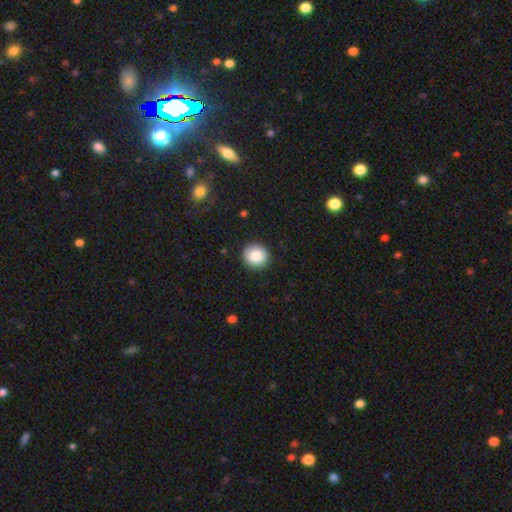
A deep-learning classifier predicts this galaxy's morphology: Smooth or featured? Predicted: smooth (p=0.86). How rounded? Predicted: round (p=0.92). Merging? Predicted: none (p=0.92).